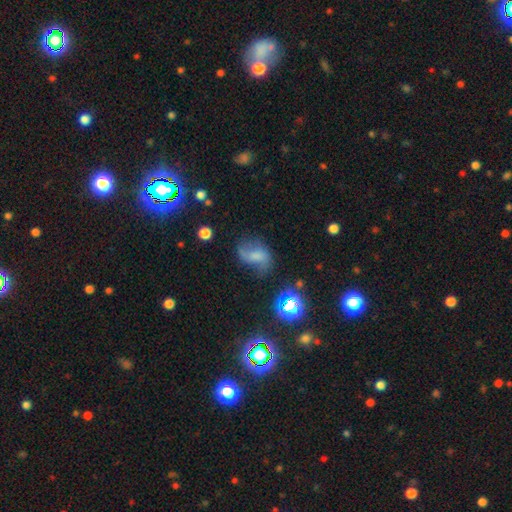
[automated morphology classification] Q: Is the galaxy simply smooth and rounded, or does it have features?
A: smooth — 43%.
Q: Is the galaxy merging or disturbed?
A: none — 40%.